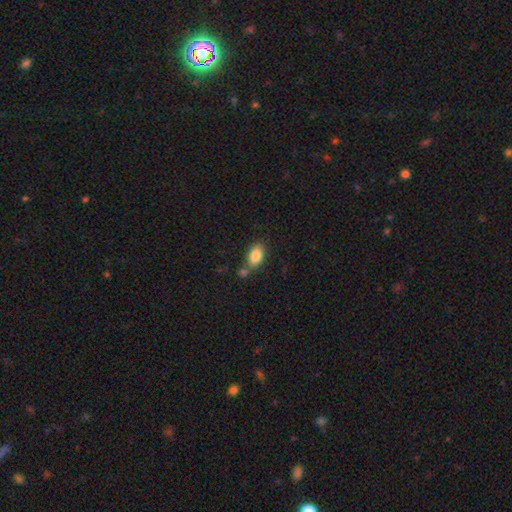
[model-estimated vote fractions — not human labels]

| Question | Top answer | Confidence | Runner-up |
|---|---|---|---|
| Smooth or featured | smooth | 84% | star or artifact (8%) |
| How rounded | in between | 88% | round (9%) |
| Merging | none | 60% | merger (21%) |